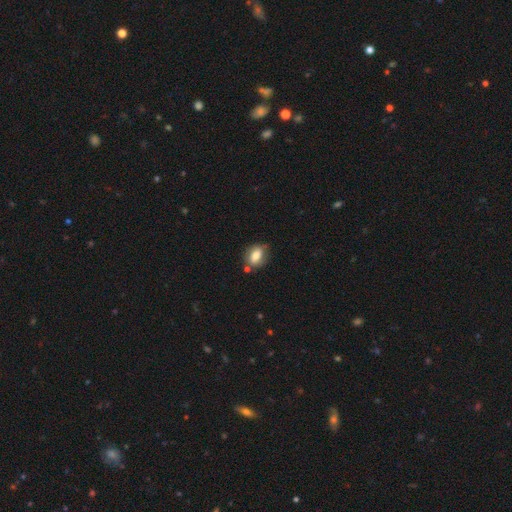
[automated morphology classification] A smooth galaxy with no disk features (77%) that is in between round and cigar-shaped (73%). Merging: none (61%).